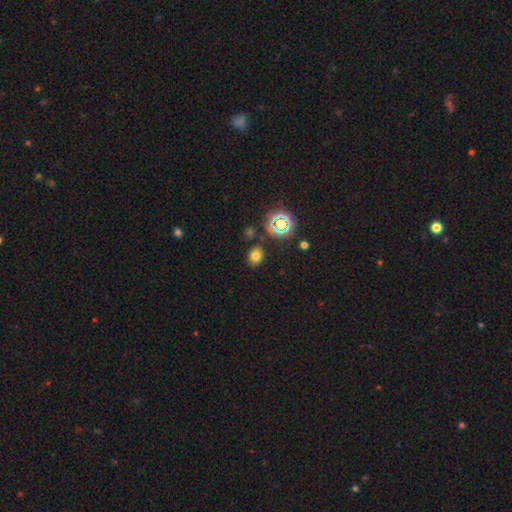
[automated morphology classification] smooth_or_featured: smooth (p=0.71) [alt: star or artifact p=0.22]
how_rounded: in between (p=0.54) [alt: round p=0.45]
merging: none (p=0.82) [alt: minor disturbance p=0.10]